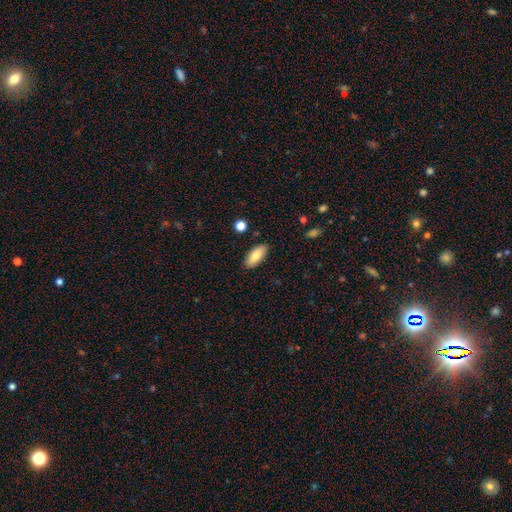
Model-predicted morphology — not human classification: This is clearly a smooth galaxy (81%). How rounded: clearly in between (85%). Merging: clearly none (88%).